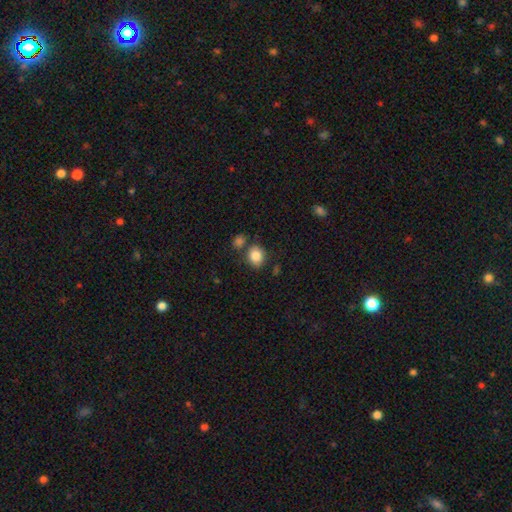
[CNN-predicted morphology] smooth-or-featured: smooth: 85% | star or artifact: 9% | featured or disk: 6%
  how-rounded: round: 64% | in between: 35% | cigar-shaped: 1%
  merging: none: 71% | merger: 13% | minor disturbance: 12% | major disturbance: 4%